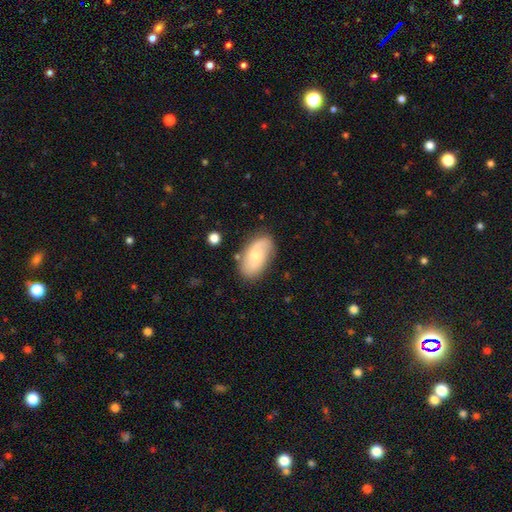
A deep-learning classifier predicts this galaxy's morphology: featured or disk 48%, smooth 46%, star or artifact 7%. Down the decision tree: merging — none (75%).